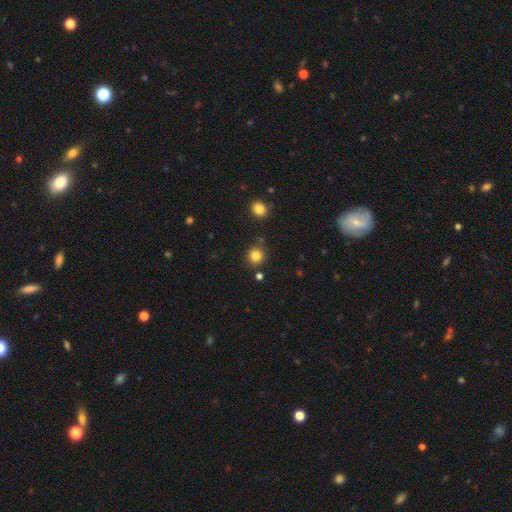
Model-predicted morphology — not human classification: smooth_or_featured: smooth (p=0.83) [alt: star or artifact p=0.12]
how_rounded: round (p=0.92) [alt: in between p=0.07]
merging: none (p=0.81) [alt: minor disturbance p=0.09]